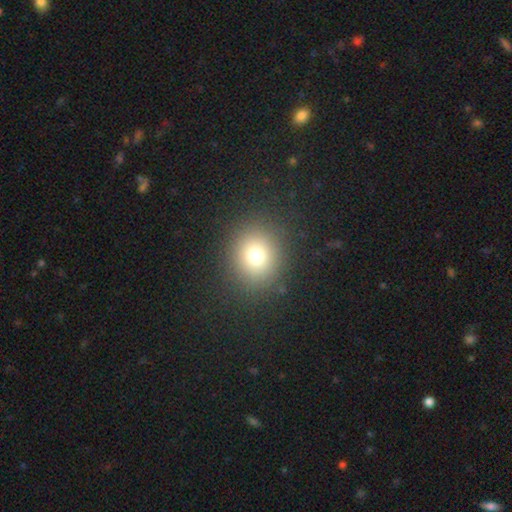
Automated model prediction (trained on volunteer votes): Q: Smooth or featured?
A: smooth (76%); runner-up: star or artifact (15%)
Q: How rounded?
A: round (76%); runner-up: in between (23%)
Q: Merging?
A: none (88%); runner-up: minor disturbance (7%)